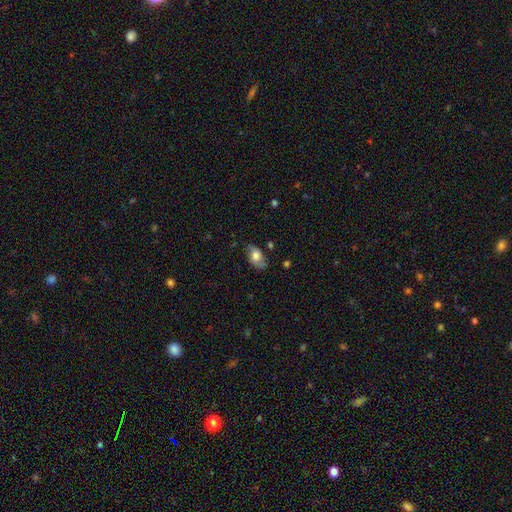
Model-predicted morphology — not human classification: Smooth or featured? Predicted: smooth (p=0.63). How rounded? Predicted: in between (p=0.90). Merging? Predicted: none (p=0.69).